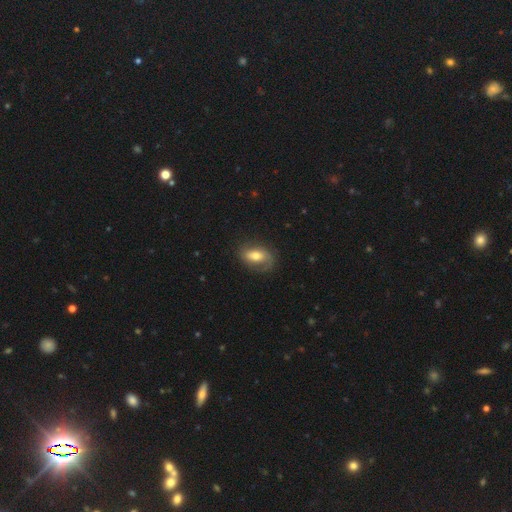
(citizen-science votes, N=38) Smooth or featured: featured or disk — 53% (smooth — 45%)
Edge-on disk: no — 85% (yes — 15%)
Bar: no — 47% (weak — 35%)
Spiral arms: yes — 94% (no — 6%)
Spiral winding: medium — 50% (tight — 25%)
Spiral arm count: 2 — 50% (1 — 31%)
Bulge size: moderate — 47% (large — 29%)
Merging: none — 68% (minor disturbance — 24%)